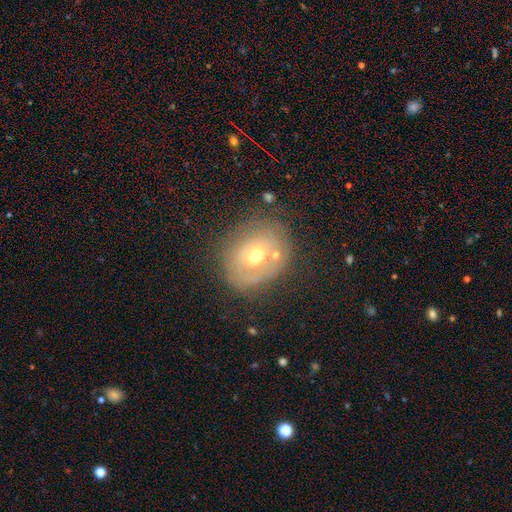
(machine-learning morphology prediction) The model was most divided on "smooth or featured": smooth: 45%, featured or disk: 44%, star or artifact: 11%. More confident: merging — none (63%).